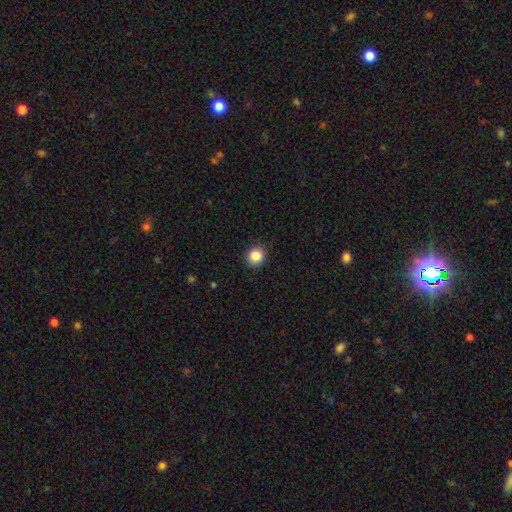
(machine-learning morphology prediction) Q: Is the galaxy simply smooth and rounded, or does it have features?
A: smooth — 86%.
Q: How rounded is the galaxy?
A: round — 81%.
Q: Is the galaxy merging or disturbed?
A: none — 89%.